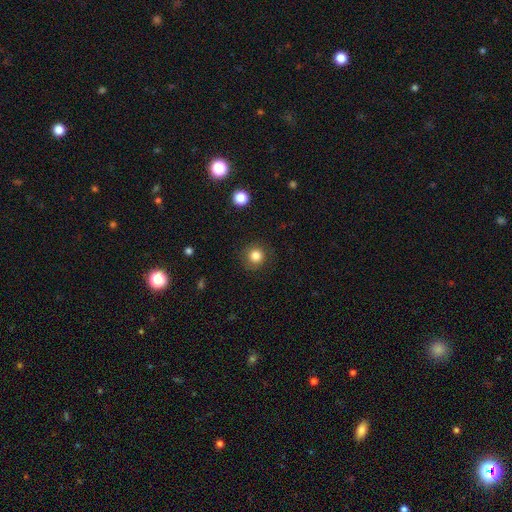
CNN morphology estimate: The model was most divided on "smooth or featured": smooth: 83%, star or artifact: 11%, featured or disk: 6%. More confident: how rounded — round (93%); merging — none (85%).